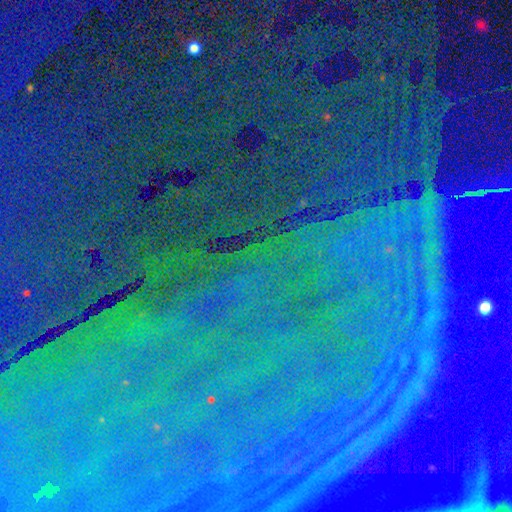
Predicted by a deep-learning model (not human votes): This is clearly a star or artifact rather than a galaxy (87%).